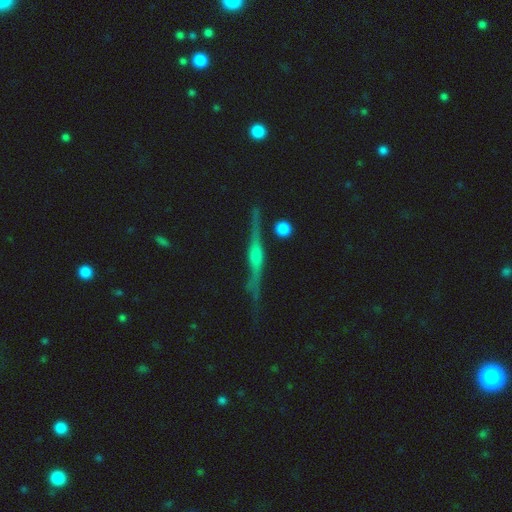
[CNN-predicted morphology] The model was most divided on "edge-on bulge": rounded: 74%, boxy: 13%, none: 13%. More confident: edge-on disk — yes (96%); merging — none (87%); smooth or featured — featured or disk (79%).